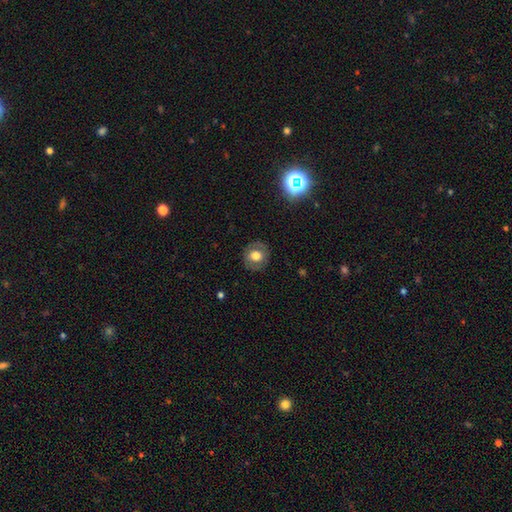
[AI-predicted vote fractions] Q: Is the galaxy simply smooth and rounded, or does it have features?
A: smooth — 63%.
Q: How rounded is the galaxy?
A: round — 83%.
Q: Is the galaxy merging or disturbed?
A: none — 85%.